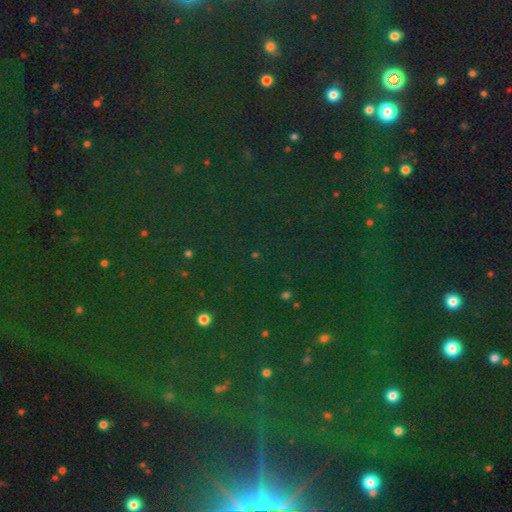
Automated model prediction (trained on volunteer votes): star or artifact 79%, smooth 12%, featured or disk 8%.